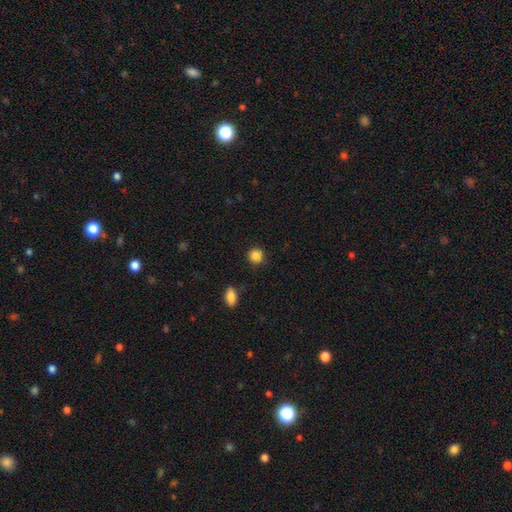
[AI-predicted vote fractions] Q: Smooth or featured?
A: smooth (86%); runner-up: star or artifact (10%)
Q: How rounded?
A: round (92%); runner-up: in between (7%)
Q: Merging?
A: none (90%); runner-up: minor disturbance (7%)